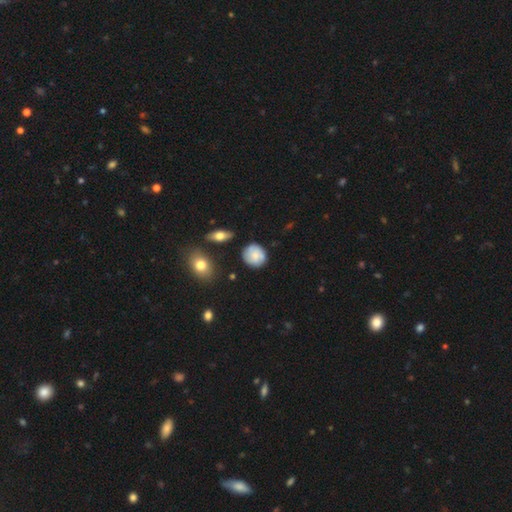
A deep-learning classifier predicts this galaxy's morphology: type=smooth (69%); roundness=round (79%); merging=none (73%).